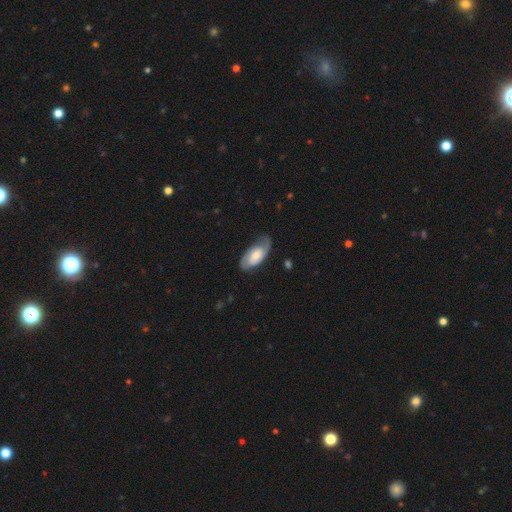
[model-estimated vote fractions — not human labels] Smooth or featured? featured or disk (61%)
Edge-on disk? no (92%)
Bar? no (63%)
Spiral arms? yes (86%)
Bulge size? large (38%)
Merging? none (70%)